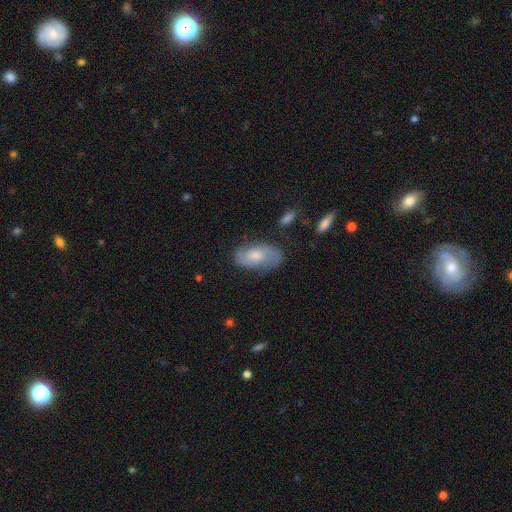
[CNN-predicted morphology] Overall: featured or disk (61%; smooth 32%). Edge-on disk: no (95%). Bar: no (64%; weak 32%). Spiral arms: yes (88%). Spiral arm count: 2 (80%). Spiral winding: medium (45%; tight 31%). Bulge size: moderate (54%; small 32%). Merging: none (71%).